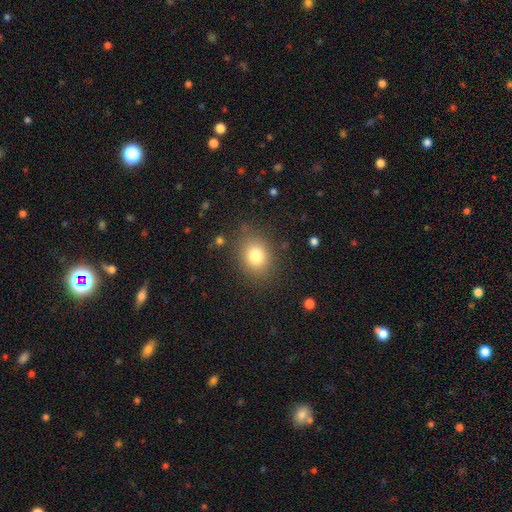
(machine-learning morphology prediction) Smooth or featured? Predicted: smooth (p=0.80). How rounded? Predicted: round (p=0.52). Merging? Predicted: none (p=0.81).